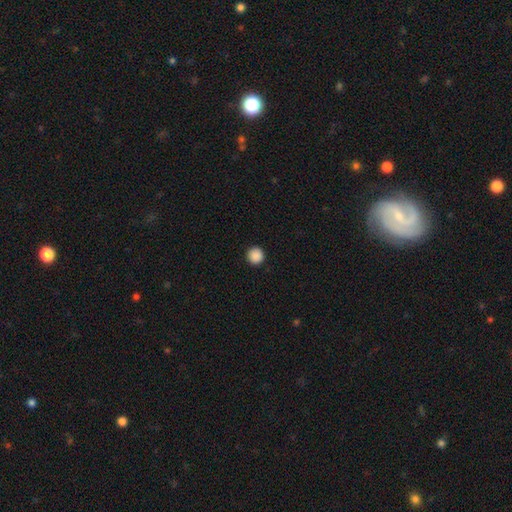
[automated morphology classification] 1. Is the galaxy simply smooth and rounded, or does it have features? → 89% smooth, 9% star or artifact, 2% featured or disk.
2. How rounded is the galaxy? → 96% round, 3% in between, 1% cigar-shaped.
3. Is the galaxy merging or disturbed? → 94% none, 4% minor disturbance, 1% major disturbance, 1% merger.